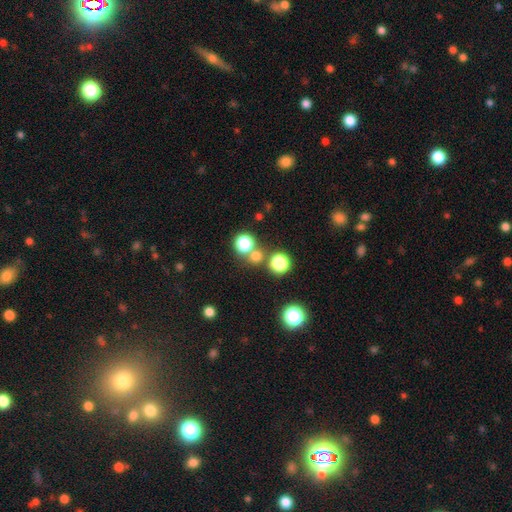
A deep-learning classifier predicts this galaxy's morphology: Smooth or featured: smooth — 69% (star or artifact — 24%)
How rounded: round — 91% (in between — 8%)
Merging: none — 66% (merger — 24%)